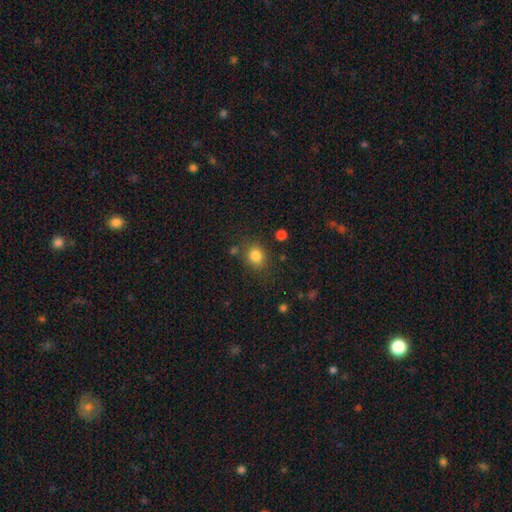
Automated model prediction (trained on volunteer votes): Smooth or featured? Predicted: smooth (p=0.83). How rounded? Predicted: round (p=0.70). Merging? Predicted: none (p=0.78).